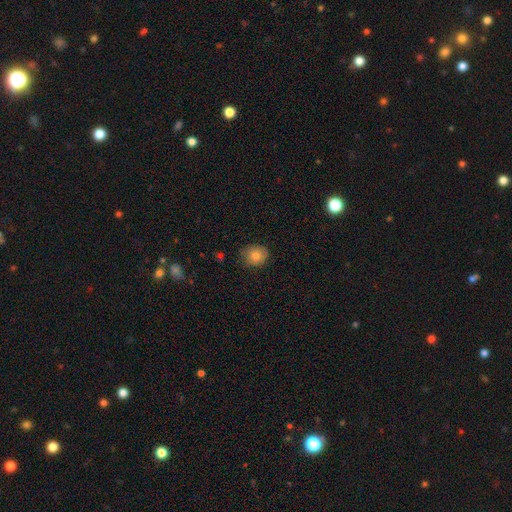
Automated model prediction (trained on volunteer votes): Smooth or featured? Predicted: smooth (p=0.82). How rounded? Predicted: round (p=0.74). Merging? Predicted: none (p=0.80).